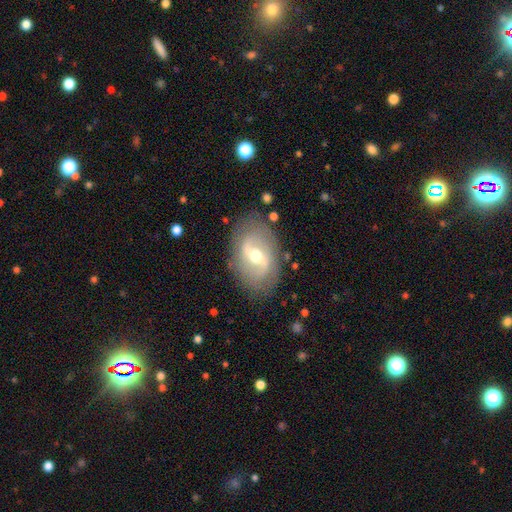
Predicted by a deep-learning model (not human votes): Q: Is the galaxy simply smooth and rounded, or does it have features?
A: featured or disk — 75%.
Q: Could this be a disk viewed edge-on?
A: no — 95%.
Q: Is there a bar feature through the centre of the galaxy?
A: weak — 50%.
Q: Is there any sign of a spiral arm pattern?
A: yes — 78%.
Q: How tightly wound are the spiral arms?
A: medium — 41%.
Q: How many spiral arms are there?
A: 2 — 81%.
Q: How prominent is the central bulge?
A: moderate — 70%.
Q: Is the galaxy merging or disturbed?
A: none — 78%.